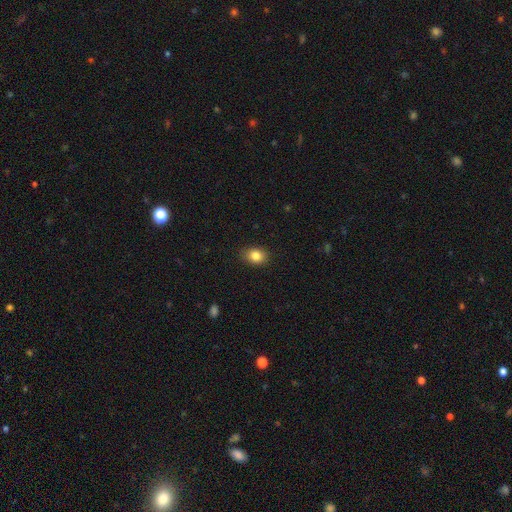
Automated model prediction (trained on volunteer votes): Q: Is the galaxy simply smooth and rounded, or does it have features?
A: smooth — 84%.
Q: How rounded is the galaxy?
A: in between — 63%.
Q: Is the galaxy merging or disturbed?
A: none — 85%.